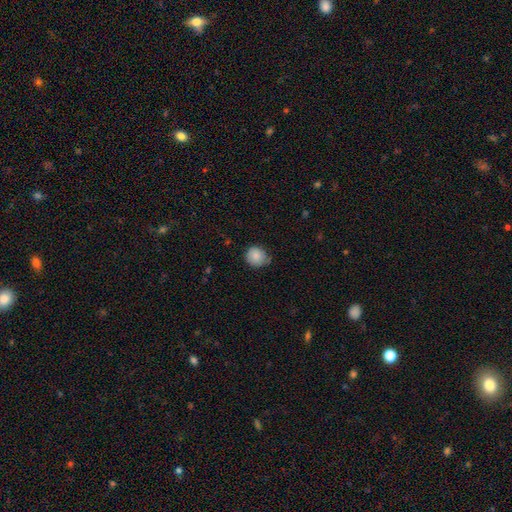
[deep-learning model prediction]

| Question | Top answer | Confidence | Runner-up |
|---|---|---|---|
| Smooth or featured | smooth | 85% | star or artifact (8%) |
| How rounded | round | 88% | in between (11%) |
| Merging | none | 67% | minor disturbance (27%) |